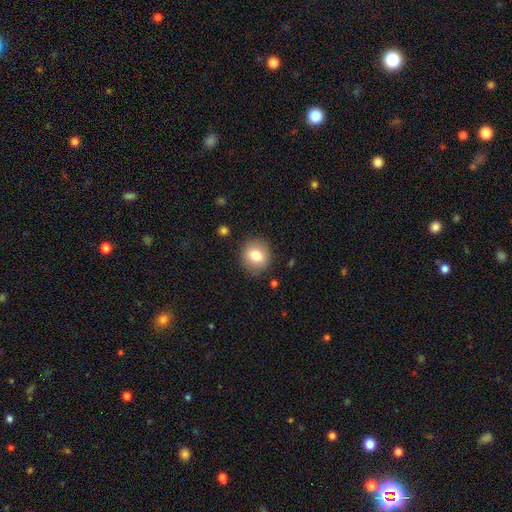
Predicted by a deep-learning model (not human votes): smooth 77%, featured or disk 14%, star or artifact 9%. Down the decision tree: how rounded — round (81%); merging — none (86%).